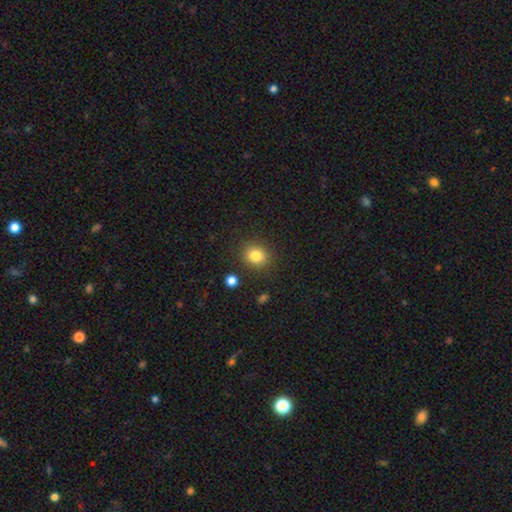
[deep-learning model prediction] This appears to be a smooth galaxy with no disk features (83%) that is round (73%). Merging: none (86%).